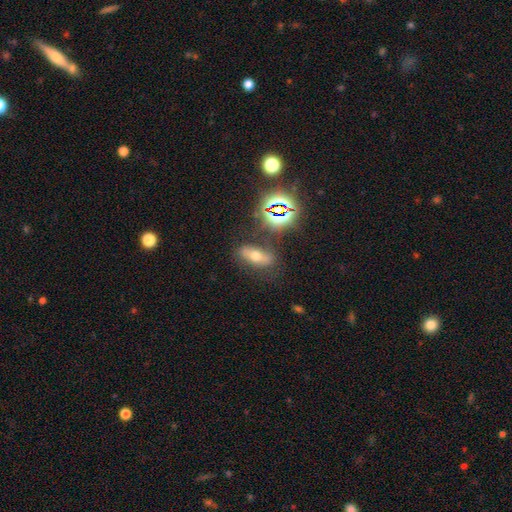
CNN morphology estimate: smooth_or_featured: smooth (p=0.46) [alt: featured or disk p=0.31]
merging: none (p=0.74) [alt: minor disturbance p=0.14]